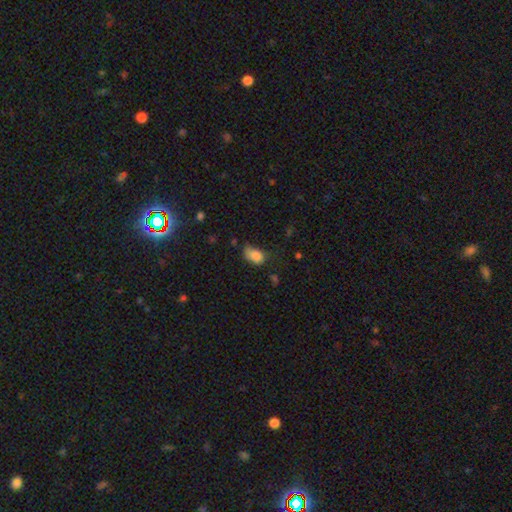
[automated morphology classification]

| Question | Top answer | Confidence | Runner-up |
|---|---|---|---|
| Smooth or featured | smooth | 81% | featured or disk (9%) |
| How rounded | in between | 85% | round (13%) |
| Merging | minor disturbance | 41% | none (37%) |